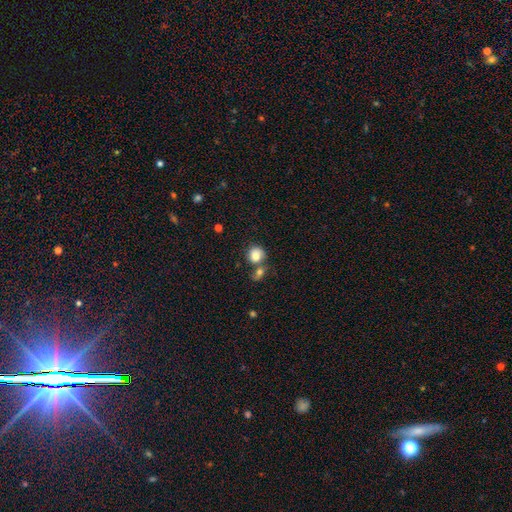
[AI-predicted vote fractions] Q: Smooth or featured?
A: smooth (80%); runner-up: featured or disk (11%)
Q: How rounded?
A: round (80%); runner-up: in between (19%)
Q: Merging?
A: none (42%); runner-up: merger (39%)